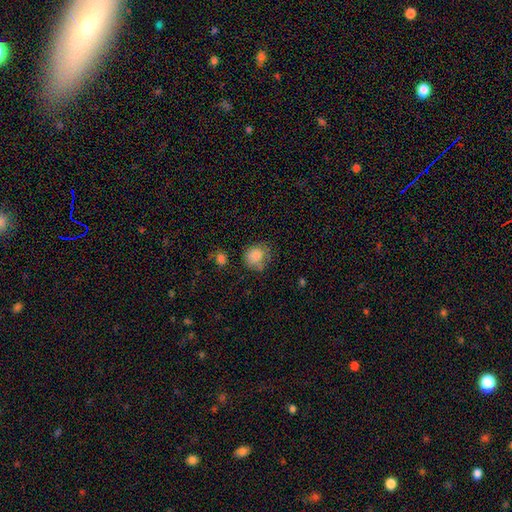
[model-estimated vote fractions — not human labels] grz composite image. It shows a smooth galaxy with no disk features (82%) that is round (74%). Merging: none (63%).